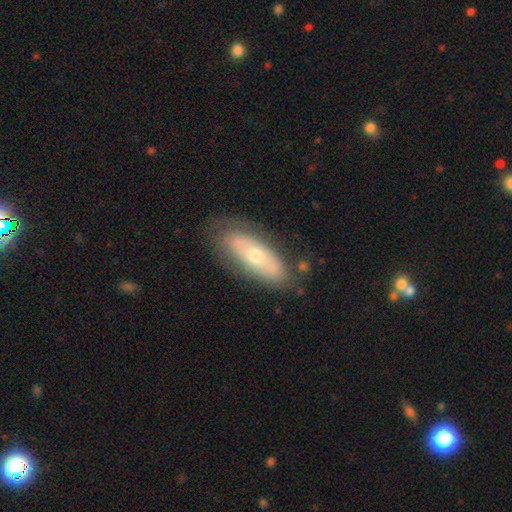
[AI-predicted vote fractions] Smooth or featured: featured or disk — 47% (tied with smooth — 47%)
Merging: none — 71% (minor disturbance — 19%)